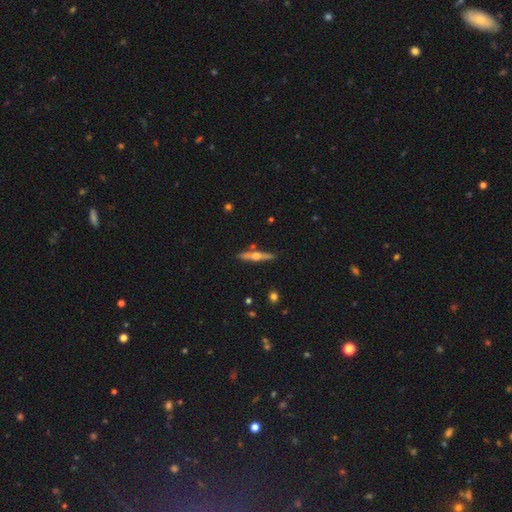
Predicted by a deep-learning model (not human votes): Smooth or featured?
  - featured or disk: 64% *
  - smooth: 30%
  - star or artifact: 6%
Edge-on disk?
  - yes: 97% *
  - no: 3%
Edge-on bulge?
  - rounded: 92% *
  - none: 4%
  - boxy: 4%
Merging?
  - none: 83% *
  - minor disturbance: 9%
  - merger: 5%
  - major disturbance: 2%